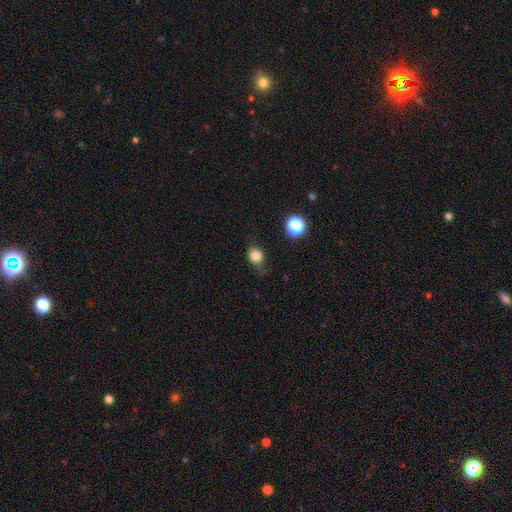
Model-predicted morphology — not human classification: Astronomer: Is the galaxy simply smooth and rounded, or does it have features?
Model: smooth — 81%.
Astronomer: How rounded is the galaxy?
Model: round — 69%.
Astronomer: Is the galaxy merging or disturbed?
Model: none — 64%.